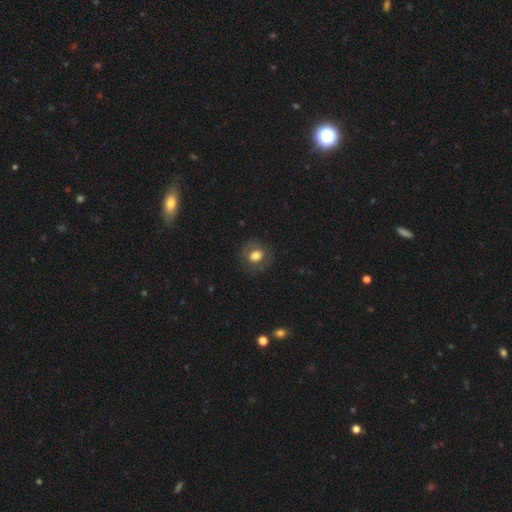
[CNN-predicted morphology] Smooth or featured?
  - smooth: 66% *
  - featured or disk: 24%
  - star or artifact: 9%
How rounded?
  - round: 60% *
  - in between: 39%
  - cigar-shaped: 1%
Merging?
  - none: 79% *
  - minor disturbance: 13%
  - major disturbance: 6%
  - merger: 1%